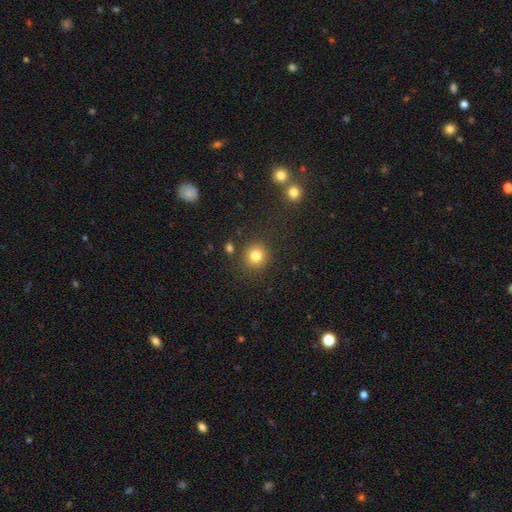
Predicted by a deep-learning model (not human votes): smooth 81%, star or artifact 12%, featured or disk 6%. Down the decision tree: how rounded — round (91%); merging — none (86%).